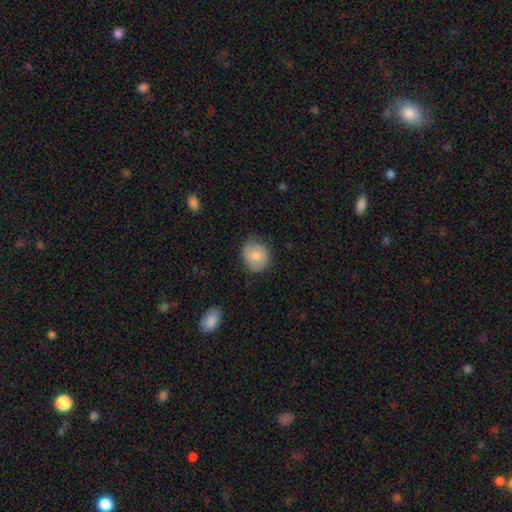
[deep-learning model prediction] Smooth or featured? Predicted: smooth (p=0.76). How rounded? Predicted: round (p=0.76). Merging? Predicted: none (p=0.74).